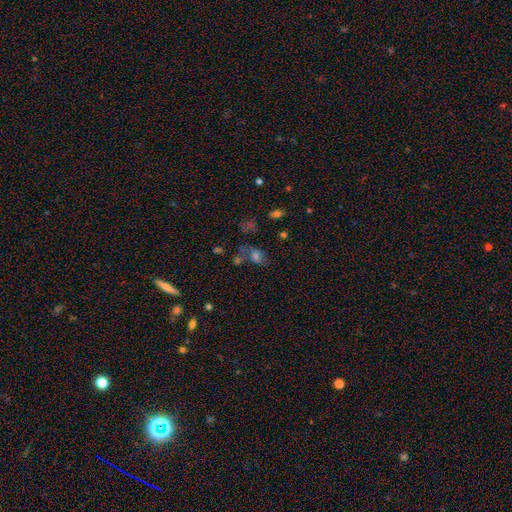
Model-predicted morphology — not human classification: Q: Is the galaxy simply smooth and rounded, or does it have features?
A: smooth — 50%.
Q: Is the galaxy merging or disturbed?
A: none — 38%.